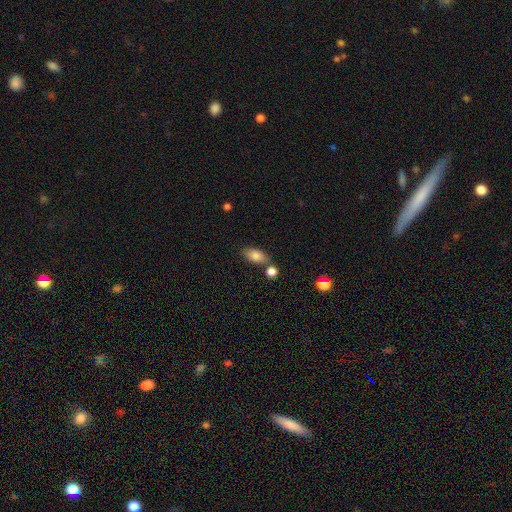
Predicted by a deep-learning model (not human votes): Smooth or featured? Predicted: smooth (p=0.82). How rounded? Predicted: in between (p=0.88). Merging? Predicted: none (p=0.67).